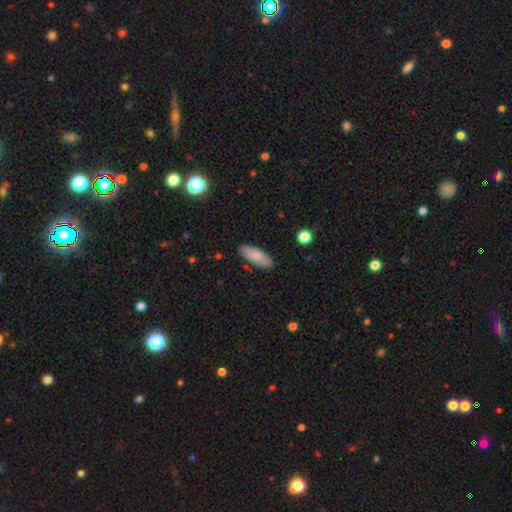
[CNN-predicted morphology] This appears to be a smooth galaxy with no disk features (83%) that is in between round and cigar-shaped (73%). Merging: none (87%).